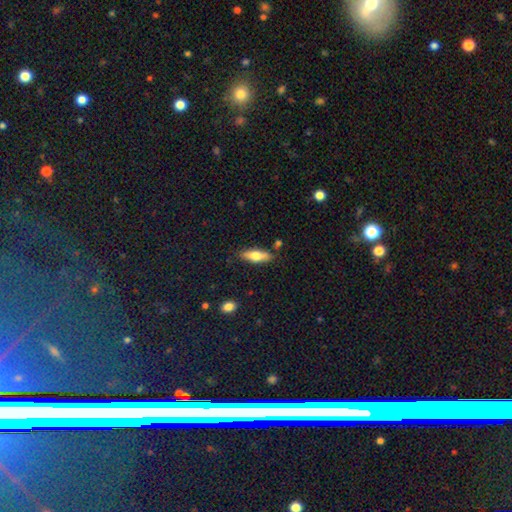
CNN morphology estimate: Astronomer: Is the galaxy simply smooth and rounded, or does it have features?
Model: smooth — 64%.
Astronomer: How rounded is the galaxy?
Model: in between — 53% (runner-up: cigar-shaped, 44%).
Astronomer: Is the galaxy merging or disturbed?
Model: none — 82%.